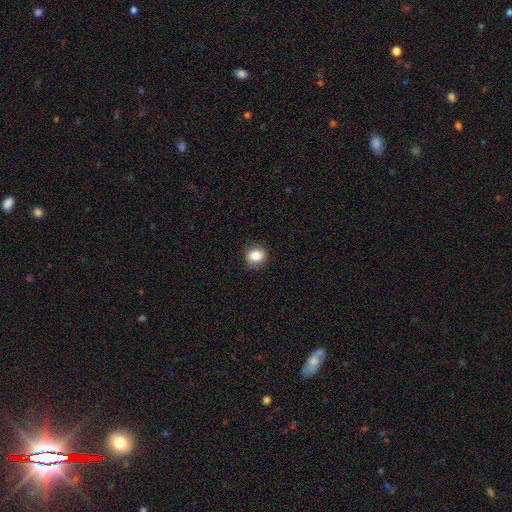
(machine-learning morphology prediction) Q: Smooth or featured?
A: smooth (84%); runner-up: star or artifact (10%)
Q: How rounded?
A: round (79%); runner-up: in between (20%)
Q: Merging?
A: none (87%); runner-up: minor disturbance (10%)